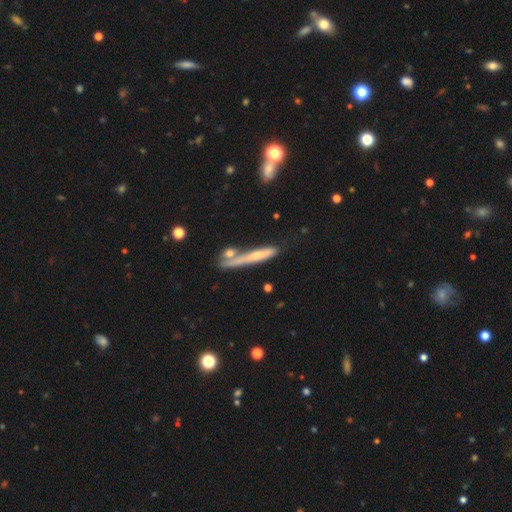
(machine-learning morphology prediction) This is possibly a smooth galaxy (48%). Merging: possibly none (53%).